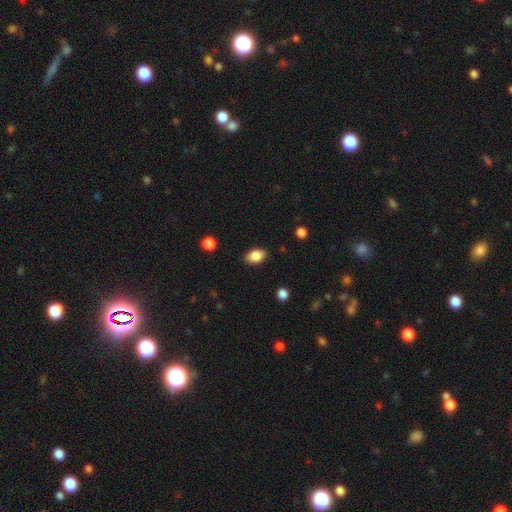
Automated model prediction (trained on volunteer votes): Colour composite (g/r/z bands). It shows a smooth galaxy with no disk features (86%) that is in between round and cigar-shaped (88%). Merging: none (85%).